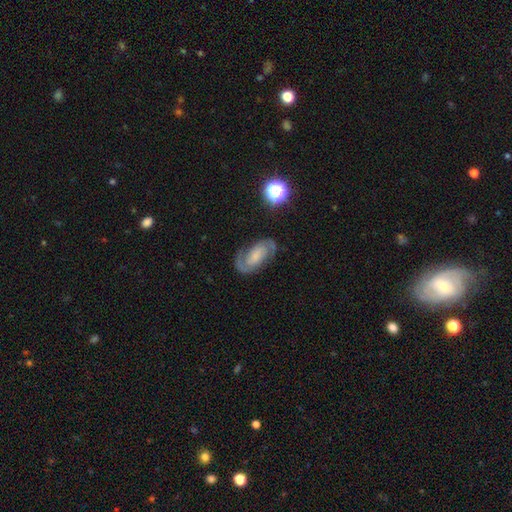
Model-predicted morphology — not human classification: A featured or disk galaxy (84%) with no bar (46%), 2 (91%) medium (51%) spiral arms (97%) and a small central bulge (42%). Merging: none (78%).